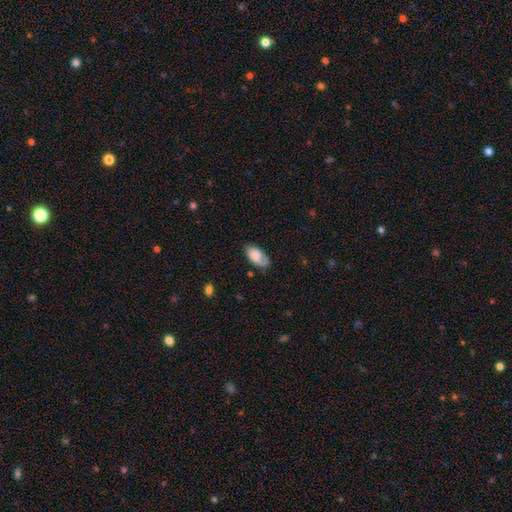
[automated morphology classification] Overall: smooth (77%). How rounded: in between (94%). Merging: none (64%; minor disturbance 26%).